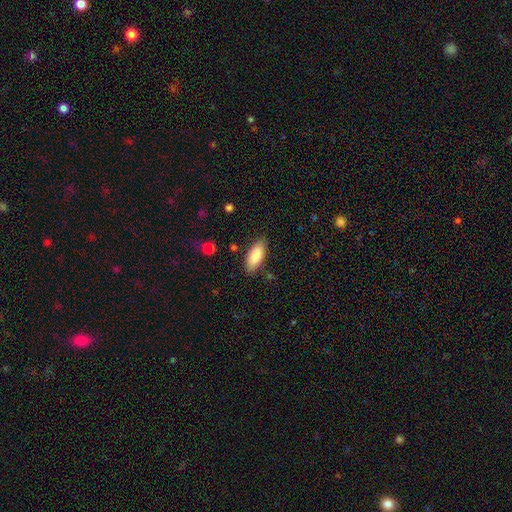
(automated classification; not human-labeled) The model was most divided on "how rounded": in between: 83%, cigar-shaped: 15%, round: 2%. More confident: smooth or featured — smooth (88%); merging — none (85%).